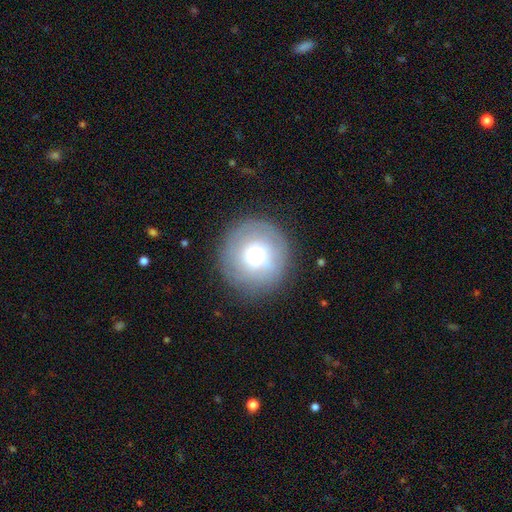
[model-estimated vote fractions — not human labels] This appears to be a smooth galaxy with no disk features (56%) that is round (95%). Merging: none (85%).